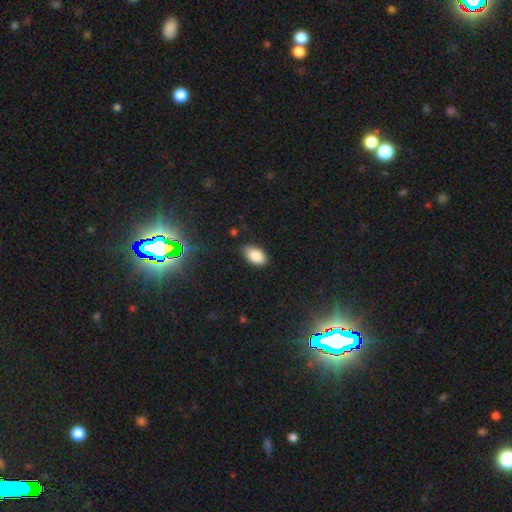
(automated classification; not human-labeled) Smooth or featured? Predicted: smooth (p=0.85). How rounded? Predicted: in between (p=0.93). Merging? Predicted: none (p=0.83).